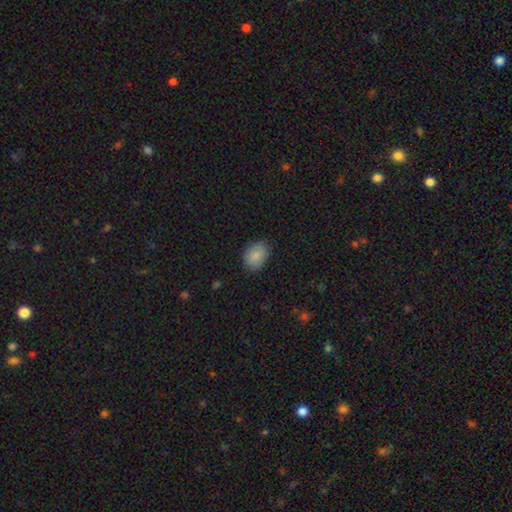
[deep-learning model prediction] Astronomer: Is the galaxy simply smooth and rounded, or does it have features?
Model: smooth — 86%.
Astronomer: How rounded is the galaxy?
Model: in between — 75%.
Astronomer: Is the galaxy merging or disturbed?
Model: none — 83%.